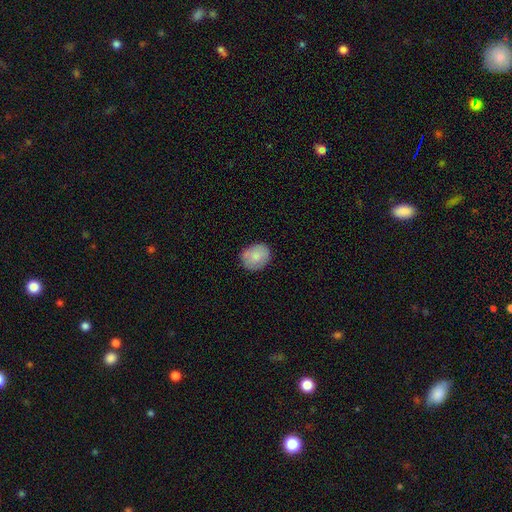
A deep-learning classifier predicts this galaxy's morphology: smooth-or-featured: smooth: 82% | featured or disk: 11% | star or artifact: 7%
  how-rounded: round: 58% | in between: 42% | cigar-shaped: 1%
  merging: none: 79% | minor disturbance: 16% | major disturbance: 3% | merger: 1%